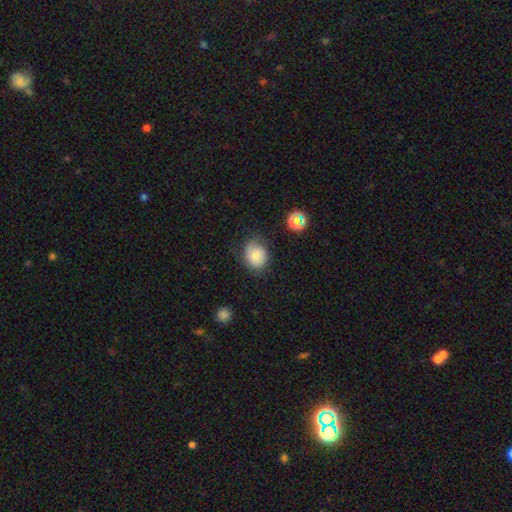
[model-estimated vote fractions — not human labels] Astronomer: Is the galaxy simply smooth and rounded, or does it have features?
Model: smooth — 72%.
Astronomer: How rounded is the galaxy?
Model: round — 60% (runner-up: in between, 39%).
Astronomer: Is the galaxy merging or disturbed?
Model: none — 60%.